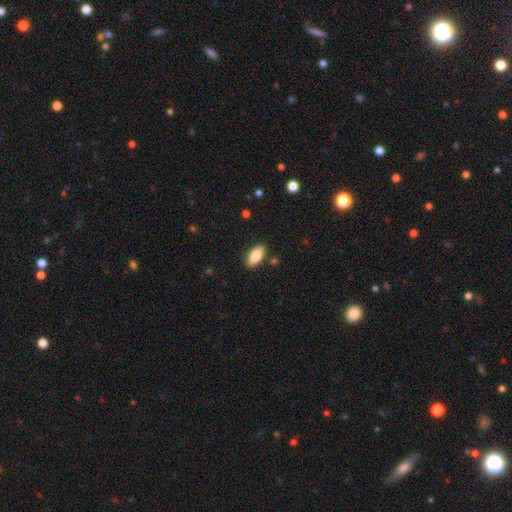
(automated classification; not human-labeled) The model was most divided on "smooth or featured": smooth: 80%, featured or disk: 13%, star or artifact: 7%. More confident: how rounded — in between (89%); merging — none (87%).